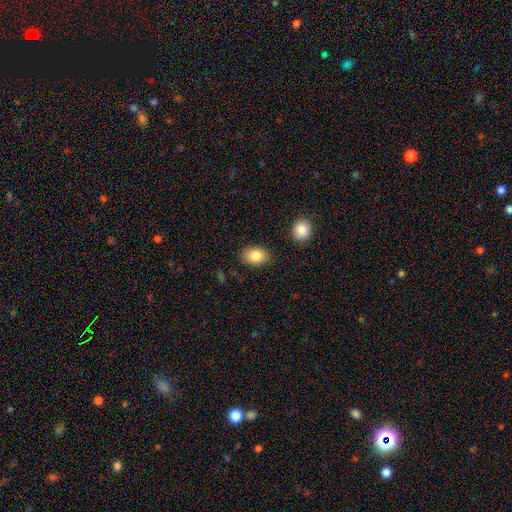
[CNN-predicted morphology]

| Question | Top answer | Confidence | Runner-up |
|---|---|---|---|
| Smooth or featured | smooth | 84% | featured or disk (9%) |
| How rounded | in between | 82% | round (17%) |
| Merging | none | 86% | minor disturbance (9%) |